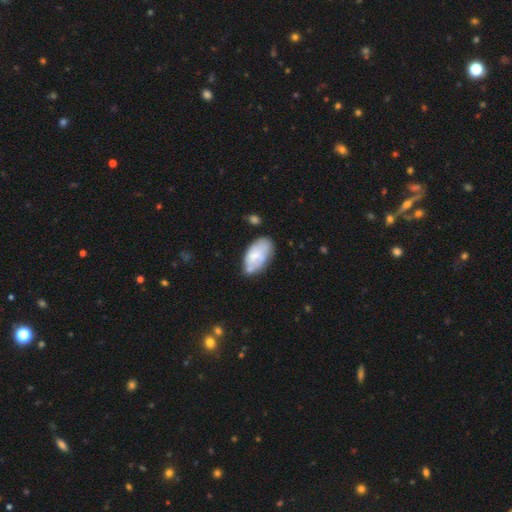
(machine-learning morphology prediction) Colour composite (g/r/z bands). It shows a smooth galaxy with no disk features (57%) that is in between round and cigar-shaped (94%). Merging: none (52%).